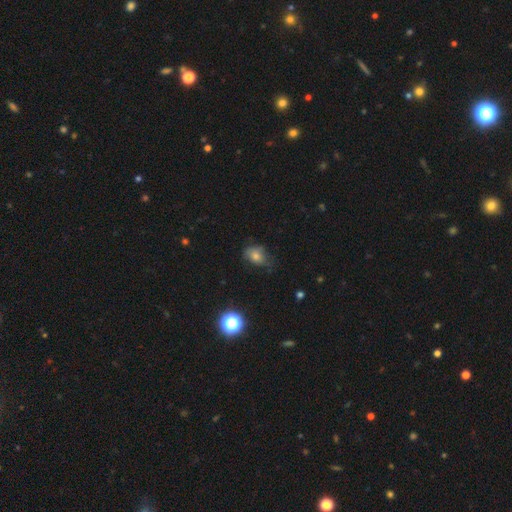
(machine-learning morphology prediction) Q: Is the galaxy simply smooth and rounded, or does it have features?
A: smooth — 66%.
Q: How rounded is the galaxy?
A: in between — 66%.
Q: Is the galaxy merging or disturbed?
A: none — 51%.